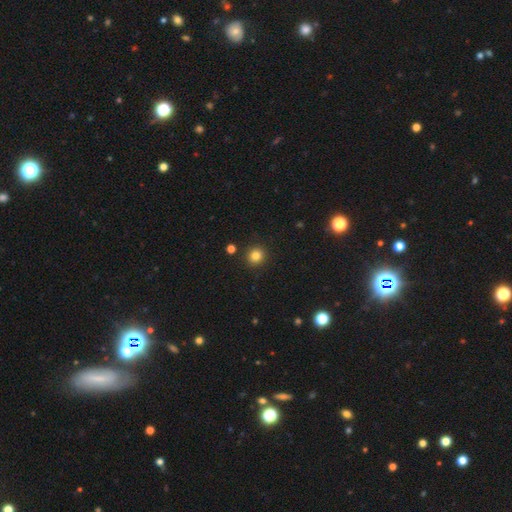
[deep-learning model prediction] Smooth or featured: smooth — 83% (star or artifact — 12%)
How rounded: round — 92% (in between — 7%)
Merging: none — 90% (minor disturbance — 6%)